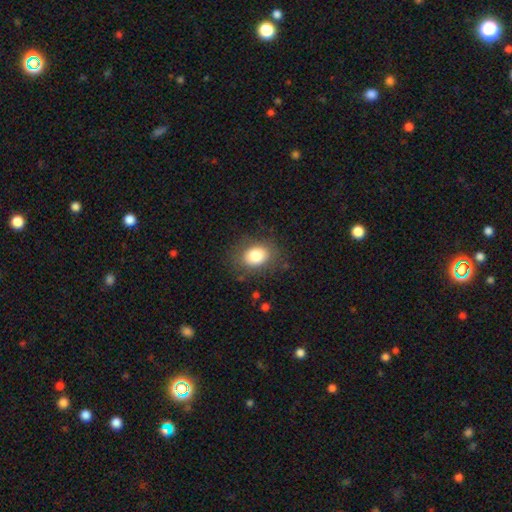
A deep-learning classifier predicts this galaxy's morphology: Smooth or featured? Predicted: smooth (p=0.80). How rounded? Predicted: in between (p=0.56). Merging? Predicted: none (p=0.80).